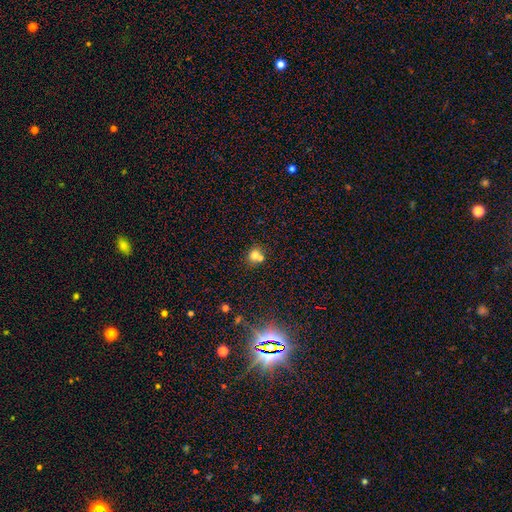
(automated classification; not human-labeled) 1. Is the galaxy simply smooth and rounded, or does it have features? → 74% smooth, 14% star or artifact, 12% featured or disk.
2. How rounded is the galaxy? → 79% round, 20% in between, 1% cigar-shaped.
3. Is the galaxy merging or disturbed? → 45% merger, 43% none, 8% minor disturbance, 3% major disturbance.